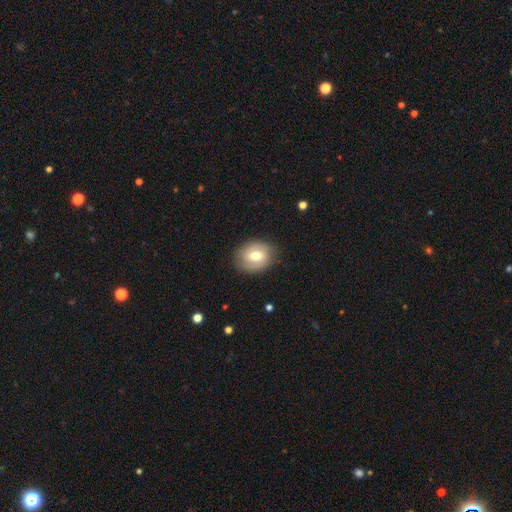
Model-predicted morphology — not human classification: Smooth or featured: smooth — 63% (featured or disk — 30%)
How rounded: round — 53% (in between — 46%)
Merging: none — 83% (minor disturbance — 12%)